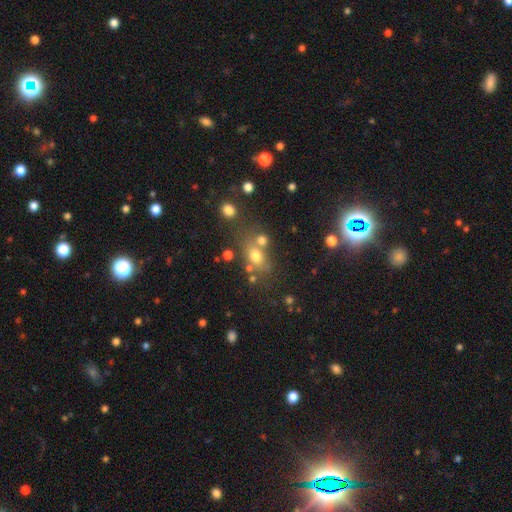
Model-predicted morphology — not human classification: A smooth galaxy with no disk features (68%) that is in between round and cigar-shaped (57%). Merging: none (51%).